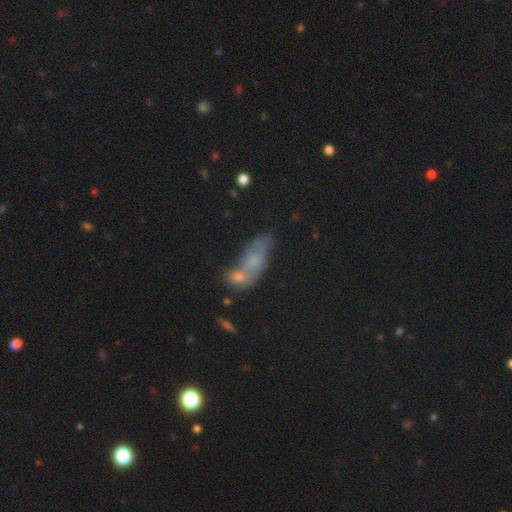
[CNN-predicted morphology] Overall: smooth (61%; featured or disk 28%). How rounded: in between (74%). Merging: merger (41%; none 32%).